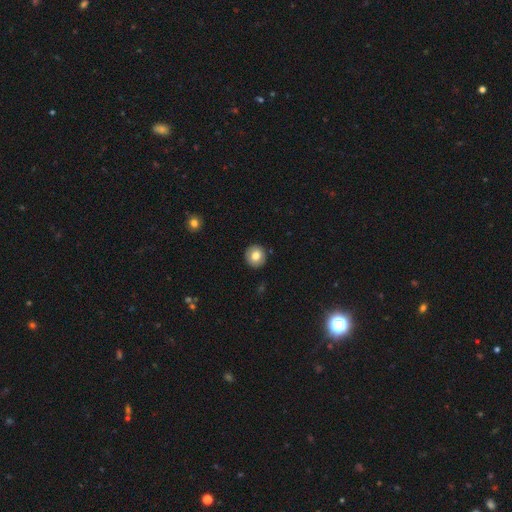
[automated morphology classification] Q: Smooth or featured?
A: smooth (80%); runner-up: featured or disk (12%)
Q: How rounded?
A: round (92%); runner-up: in between (7%)
Q: Merging?
A: none (91%); runner-up: minor disturbance (6%)